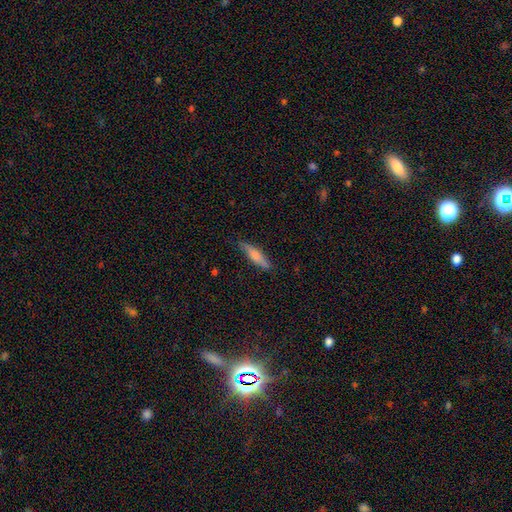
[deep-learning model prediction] The model was most divided on "smooth or featured": smooth: 66%, featured or disk: 28%, star or artifact: 6%. More confident: merging — none (80%); how rounded — cigar-shaped (75%).